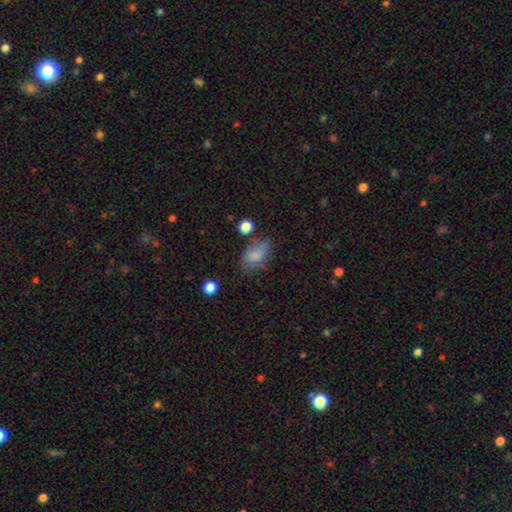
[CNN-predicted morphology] Q: Smooth or featured?
A: smooth (74%); runner-up: featured or disk (15%)
Q: How rounded?
A: in between (88%); runner-up: round (10%)
Q: Merging?
A: none (50%); runner-up: minor disturbance (30%)